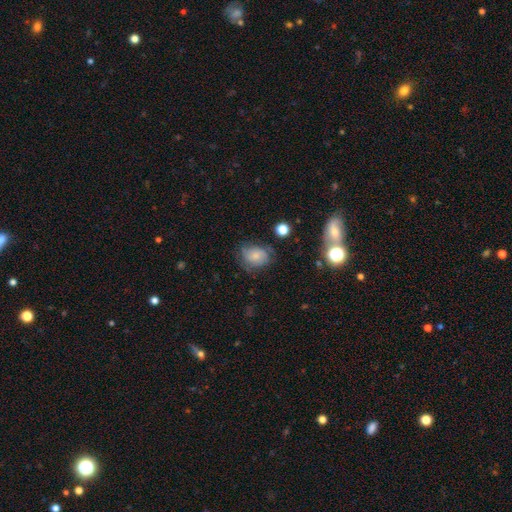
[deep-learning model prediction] Overall: smooth (59%; featured or disk 31%). How rounded: in between (55%; round 44%). Merging: none (57%; minor disturbance 28%).